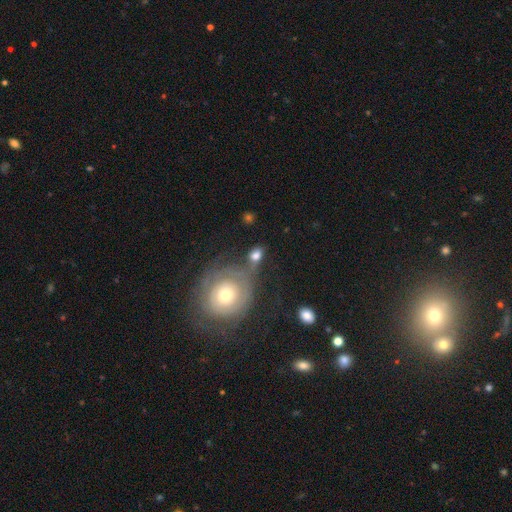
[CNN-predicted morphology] smooth_or_featured: smooth (p=0.67) [alt: featured or disk p=0.23]
how_rounded: in between (p=0.61) [alt: round p=0.35]
merging: none (p=0.40) [alt: merger p=0.31]